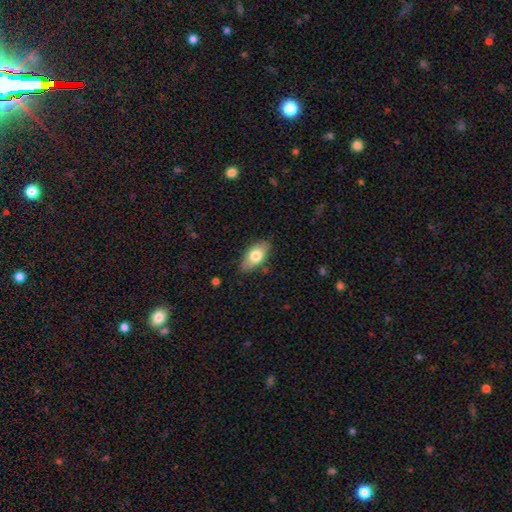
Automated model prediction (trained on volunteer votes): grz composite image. It shows a smooth galaxy with no disk features (73%) that is in between round and cigar-shaped (90%). Merging: none (83%).